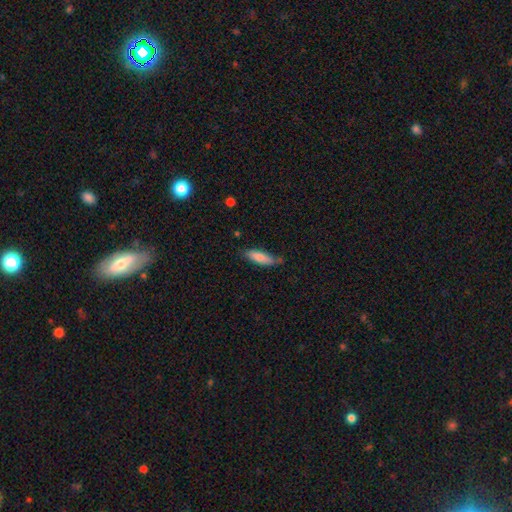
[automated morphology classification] Smooth or featured: smooth — 77% (featured or disk — 16%)
How rounded: cigar-shaped — 58% (in between — 40%)
Merging: none — 70% (minor disturbance — 23%)